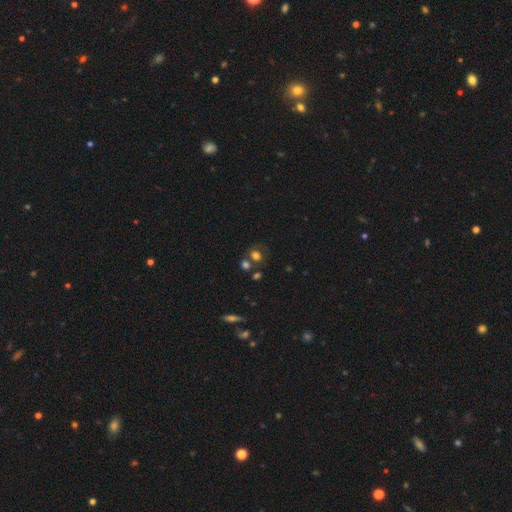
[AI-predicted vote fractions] A smooth galaxy with no disk features (69%) that is round (57%).

Vote fractions:
- Smooth or featured? smooth: 69% / star or artifact: 16% / featured or disk: 15%
- How rounded? round: 57% / in between: 41% / cigar-shaped: 1%
- Merging? none: 53% / merger: 24% / minor disturbance: 15% / major disturbance: 8%